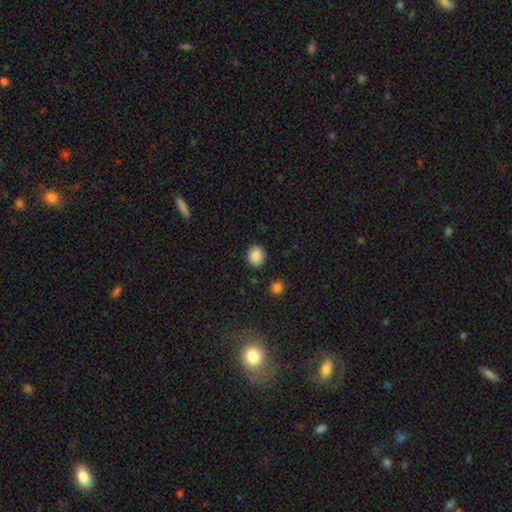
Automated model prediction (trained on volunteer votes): Smooth or featured? smooth (86%)
How rounded? round (69%)
Merging? none (88%)